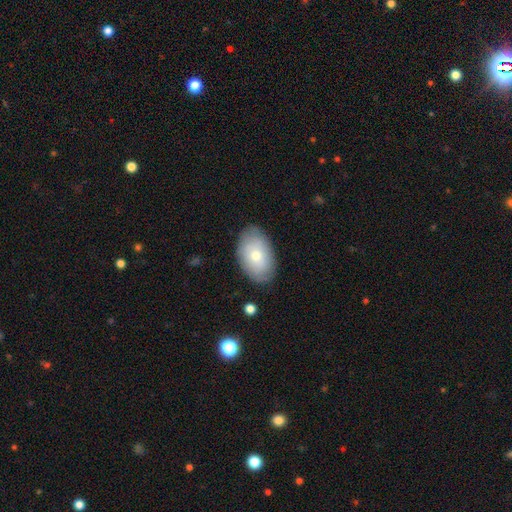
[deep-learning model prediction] smooth-or-featured: smooth: 71% | featured or disk: 22% | star or artifact: 6%
  how-rounded: in between: 91% | round: 8% | cigar-shaped: 1%
  merging: none: 84% | minor disturbance: 12% | major disturbance: 3% | merger: 1%